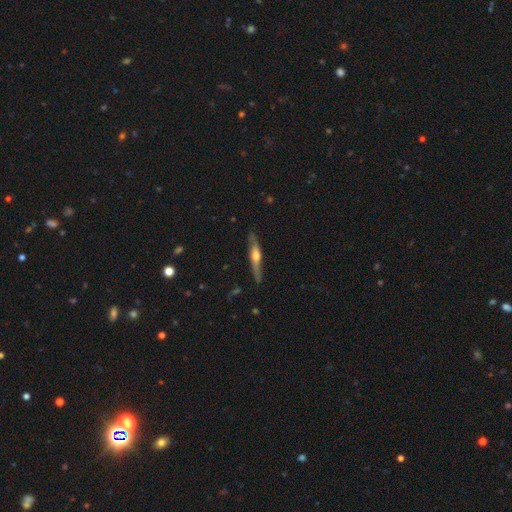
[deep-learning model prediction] A featured or disk galaxy (64%) viewed edge-on (93%) with a rounded central bulge (83%). Merging: none (83%).